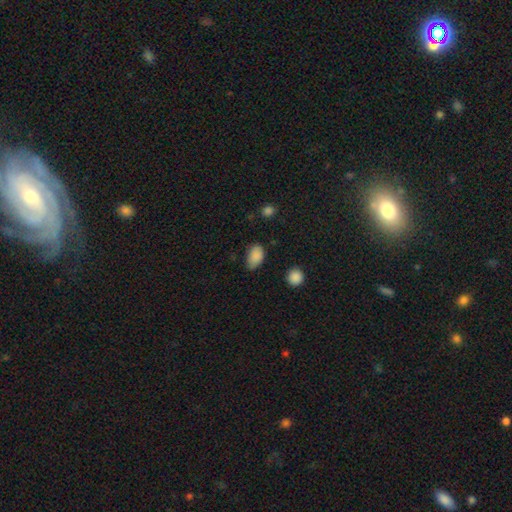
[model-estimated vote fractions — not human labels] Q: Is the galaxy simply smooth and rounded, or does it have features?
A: smooth — 87%.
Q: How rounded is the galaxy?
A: in between — 89%.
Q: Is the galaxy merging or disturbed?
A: none — 69%.